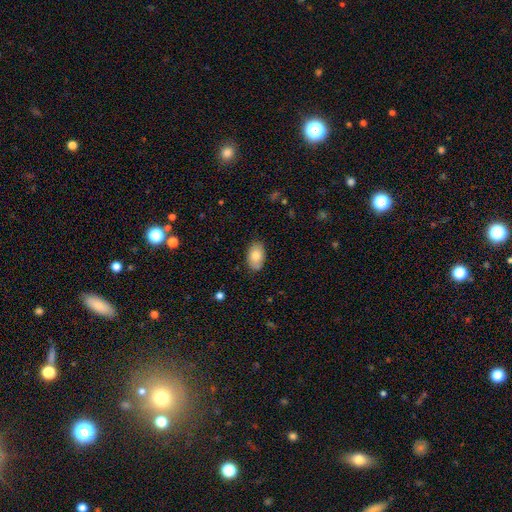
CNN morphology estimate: The model was most divided on "merging": none: 82%, minor disturbance: 14%, major disturbance: 2%, merger: 1%. More confident: how rounded — in between (93%); smooth or featured — smooth (81%).